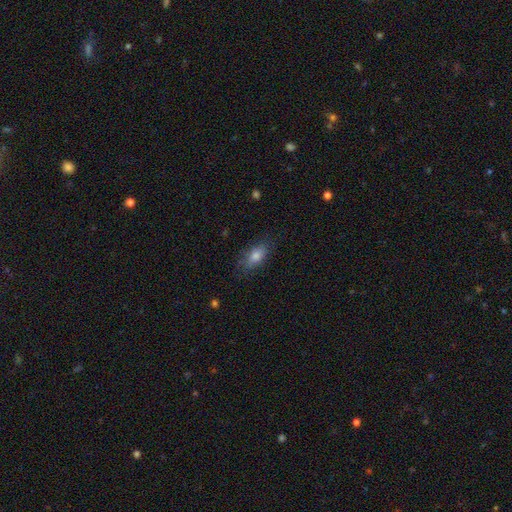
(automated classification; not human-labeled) Smooth or featured: smooth — 77% (featured or disk — 15%)
How rounded: in between — 82% (cigar-shaped — 12%)
Merging: none — 78% (minor disturbance — 16%)